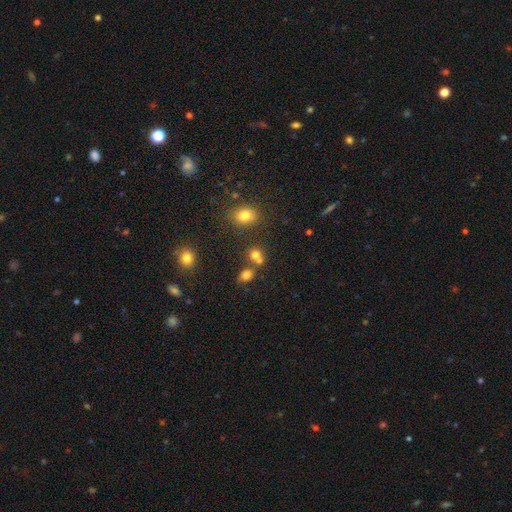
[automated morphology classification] Smooth or featured: smooth — 73% (star or artifact — 17%)
How rounded: round — 70% (in between — 29%)
Merging: none — 49% (merger — 38%)